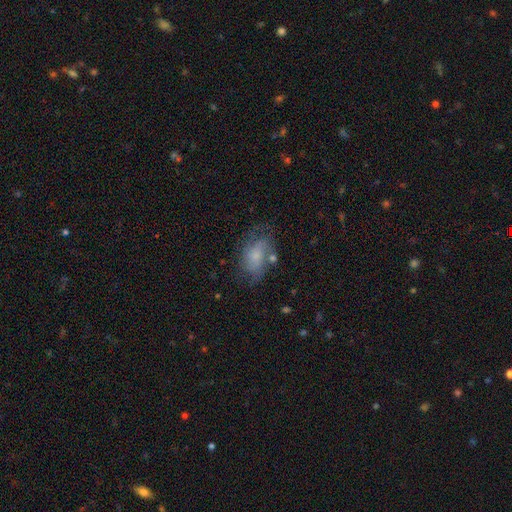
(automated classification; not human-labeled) Smooth or featured: smooth — 59% (featured or disk — 31%)
How rounded: in between — 87% (round — 10%)
Merging: none — 50% (minor disturbance — 26%)